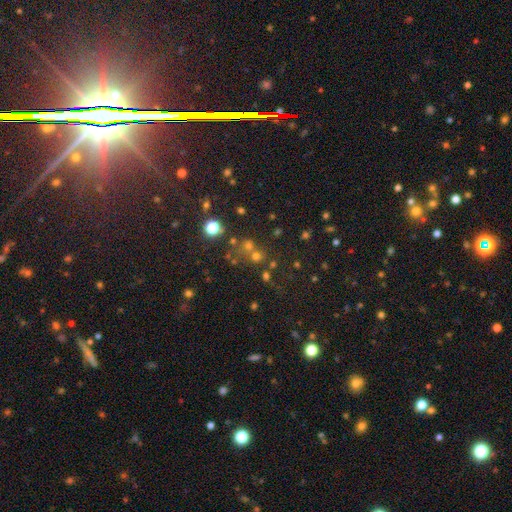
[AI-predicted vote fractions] smooth 47%, star or artifact 42%, featured or disk 12%. Down the decision tree: merging — none (58%).